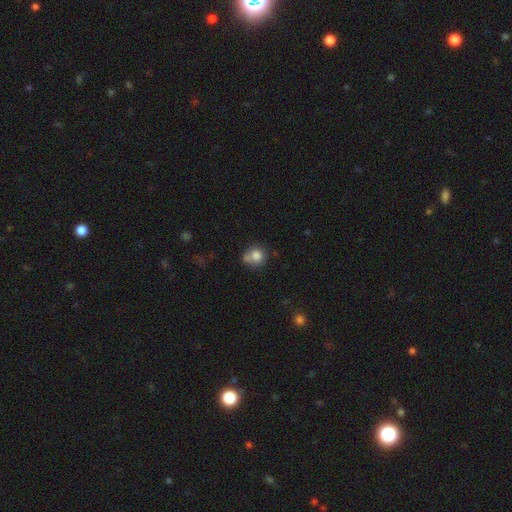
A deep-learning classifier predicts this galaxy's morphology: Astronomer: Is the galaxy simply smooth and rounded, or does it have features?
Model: smooth — 80%.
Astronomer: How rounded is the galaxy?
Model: round — 83%.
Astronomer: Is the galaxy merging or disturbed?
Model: none — 49% (runner-up: merger, 30%).